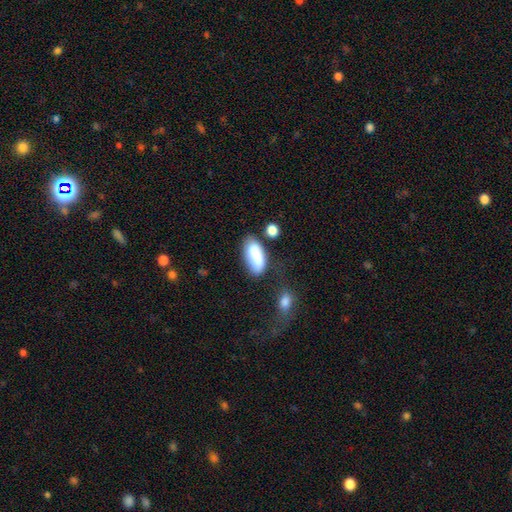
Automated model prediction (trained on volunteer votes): A smooth galaxy with no disk features (82%) that is in between round and cigar-shaped (89%).

Vote fractions:
- Smooth or featured? smooth: 82% / featured or disk: 11% / star or artifact: 7%
- How rounded? in between: 89% / cigar-shaped: 9% / round: 3%
- Merging? none: 57% / minor disturbance: 22% / merger: 12% / major disturbance: 9%